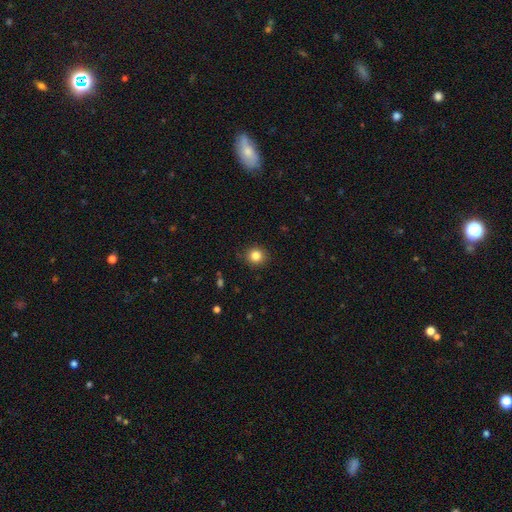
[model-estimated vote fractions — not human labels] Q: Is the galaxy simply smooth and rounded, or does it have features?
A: smooth — 84%.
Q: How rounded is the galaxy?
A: round — 89%.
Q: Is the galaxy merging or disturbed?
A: none — 90%.